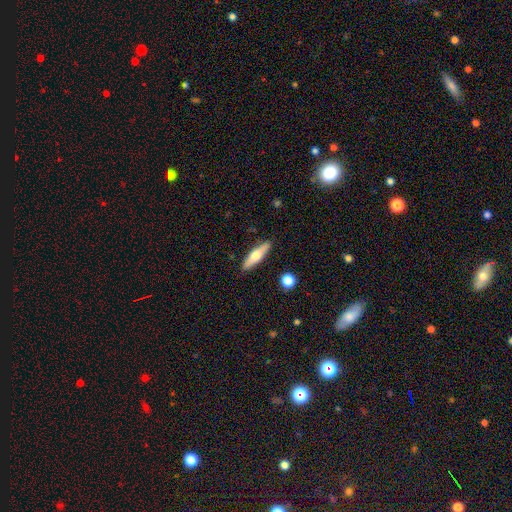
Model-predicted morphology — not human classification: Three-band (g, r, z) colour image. It shows a smooth galaxy with no disk features (55%) that is cigar-shaped (69%). Merging: none (88%).